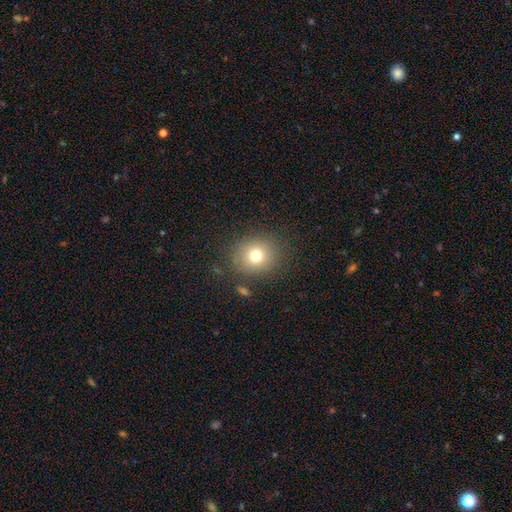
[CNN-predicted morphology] This appears to be a smooth galaxy with no disk features (74%) that is round (82%). Merging: none (84%).